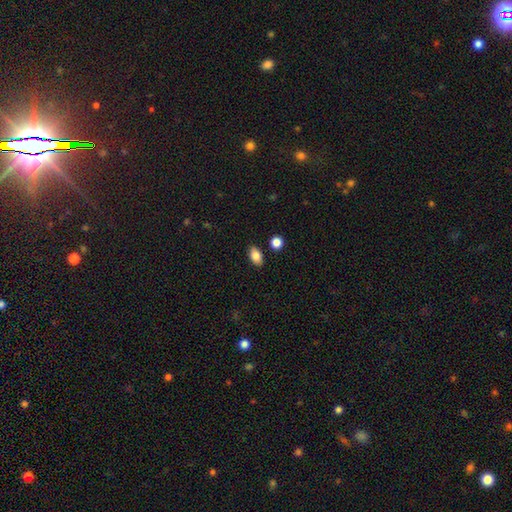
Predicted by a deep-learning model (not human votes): The model was most divided on "smooth or featured": smooth: 84%, star or artifact: 8%, featured or disk: 7%. More confident: how rounded — in between (89%); merging — none (86%).